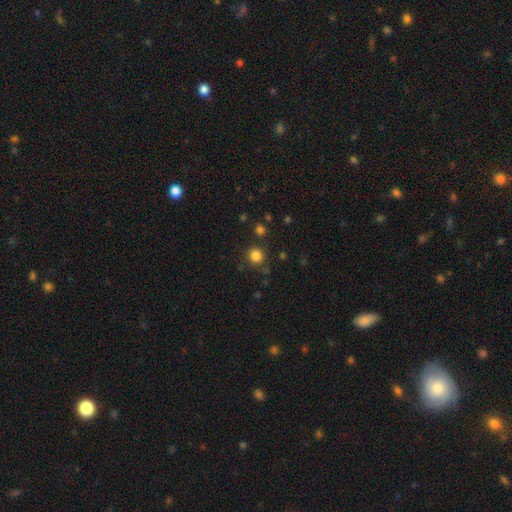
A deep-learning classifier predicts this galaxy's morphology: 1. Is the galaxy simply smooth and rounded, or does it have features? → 83% smooth, 13% star or artifact, 4% featured or disk.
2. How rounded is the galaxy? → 92% round, 7% in between, 1% cigar-shaped.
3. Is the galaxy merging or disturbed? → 85% none, 8% minor disturbance, 4% merger, 3% major disturbance.